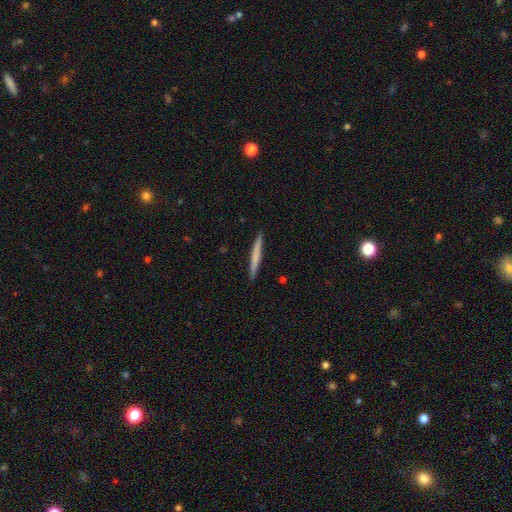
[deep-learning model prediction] Smooth or featured? smooth (67%)
How rounded? cigar-shaped (97%)
Merging? none (92%)